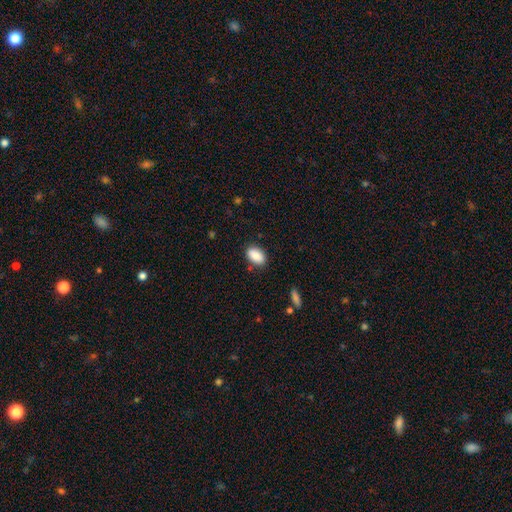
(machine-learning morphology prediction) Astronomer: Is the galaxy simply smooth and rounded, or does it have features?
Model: smooth — 87%.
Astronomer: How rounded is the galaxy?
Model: in between — 90%.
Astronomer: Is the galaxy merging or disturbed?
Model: none — 84%.